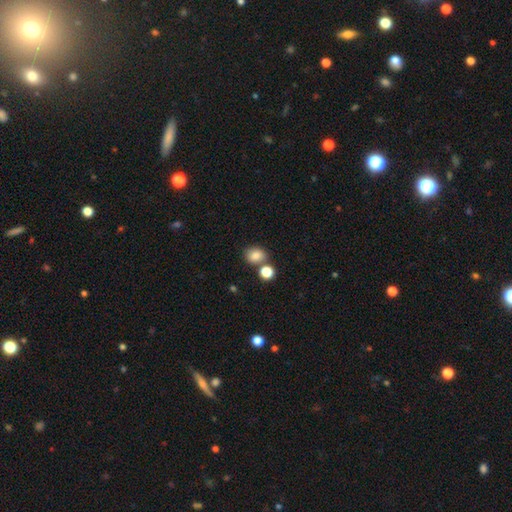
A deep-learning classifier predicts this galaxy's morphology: Overall: smooth (83%). How rounded: round (55%; in between 44%). Merging: none (67%).